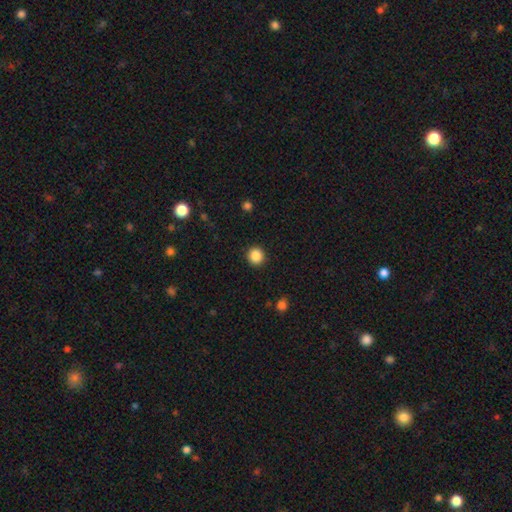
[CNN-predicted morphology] A smooth galaxy with no disk features (87%) that is round (92%).

Vote fractions:
- Smooth or featured? smooth: 87% / star or artifact: 10% / featured or disk: 3%
- How rounded? round: 92% / in between: 7% / cigar-shaped: 1%
- Merging? none: 92% / minor disturbance: 5% / major disturbance: 2% / merger: 1%